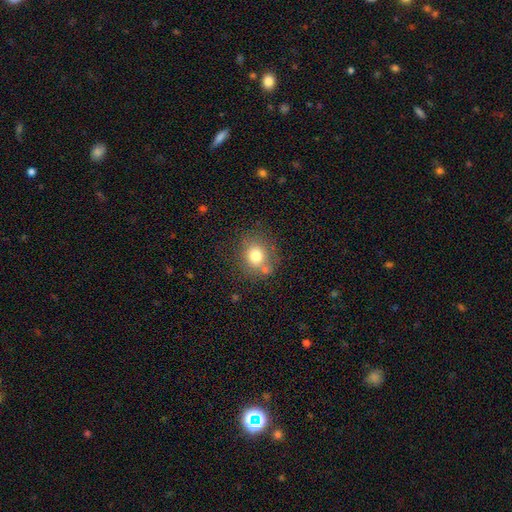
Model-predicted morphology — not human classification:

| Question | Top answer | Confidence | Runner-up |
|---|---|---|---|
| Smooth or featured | smooth | 77% | featured or disk (12%) |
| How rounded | round | 74% | in between (25%) |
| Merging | none | 68% | minor disturbance (14%) |